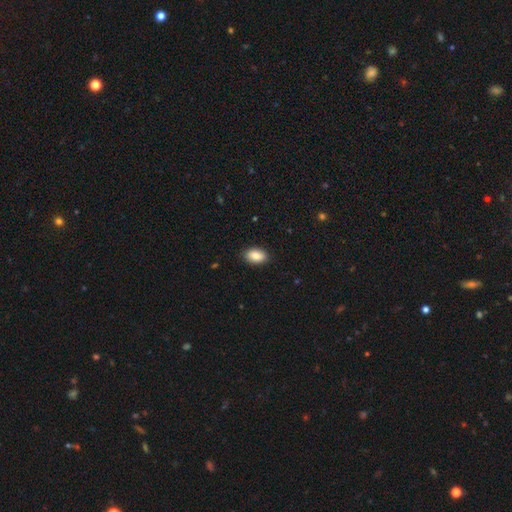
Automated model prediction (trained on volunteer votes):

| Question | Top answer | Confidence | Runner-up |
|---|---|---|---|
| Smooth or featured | smooth | 85% | featured or disk (8%) |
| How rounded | in between | 92% | round (7%) |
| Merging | none | 89% | minor disturbance (8%) |